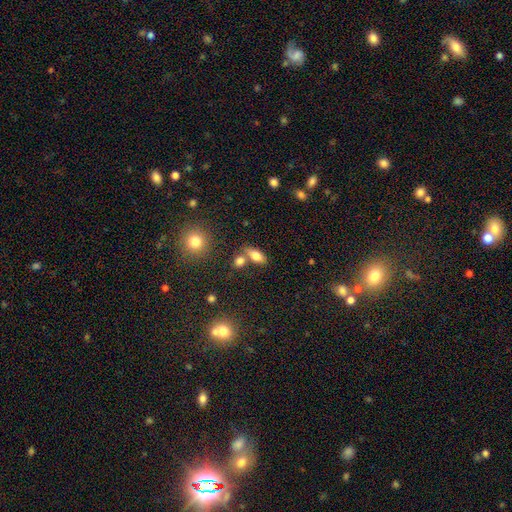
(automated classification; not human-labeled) Overall: smooth (77%). How rounded: in between (82%). Merging: none (57%; merger 27%).